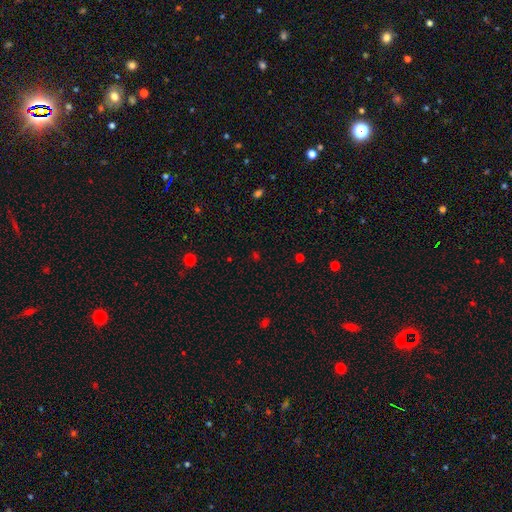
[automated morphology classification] type=star or artifact (53%).